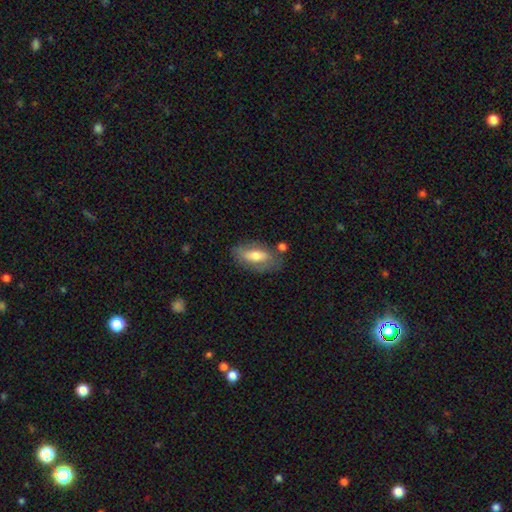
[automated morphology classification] Smooth or featured: smooth — 54% (featured or disk — 39%)
How rounded: in between — 82% (cigar-shaped — 14%)
Merging: none — 68% (minor disturbance — 19%)